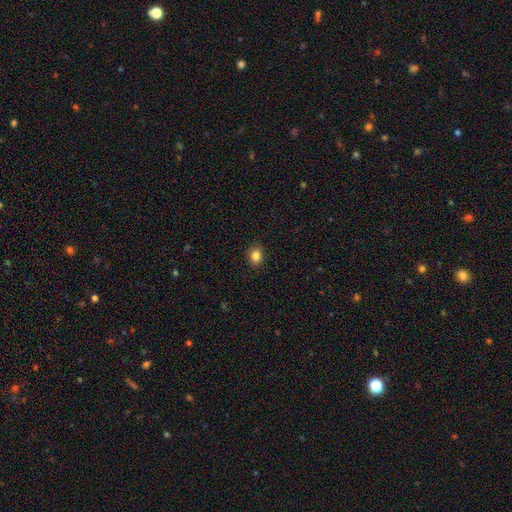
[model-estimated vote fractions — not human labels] This is clearly a smooth galaxy (85%). How rounded: possibly round (52%). Merging: clearly none (90%).